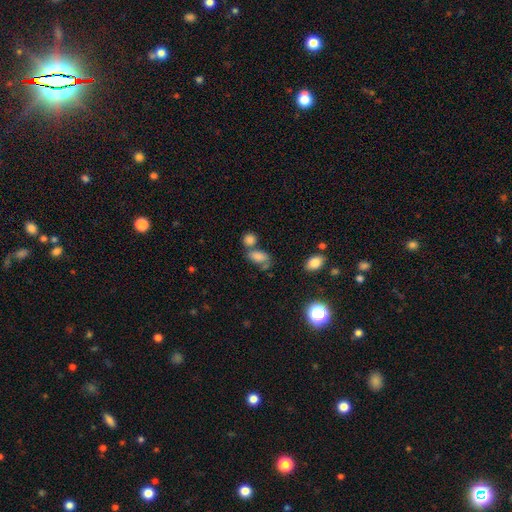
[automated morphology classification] This appears to be a smooth galaxy with no disk features (75%) that is in between round and cigar-shaped (83%). Merging: none (44%).